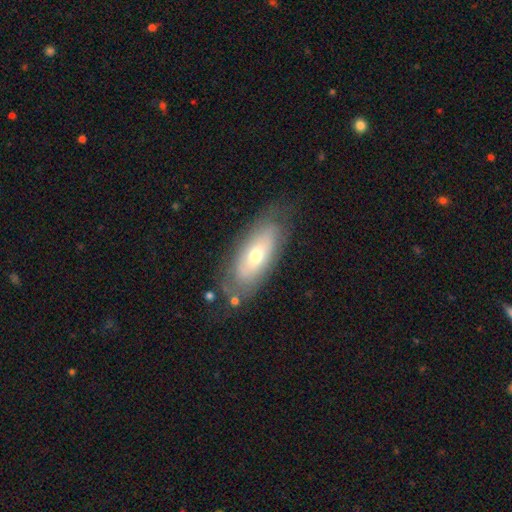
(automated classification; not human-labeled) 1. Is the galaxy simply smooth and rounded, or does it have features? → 47% featured or disk, 46% smooth, 7% star or artifact.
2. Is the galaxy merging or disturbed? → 71% none, 19% minor disturbance, 7% major disturbance, 3% merger.